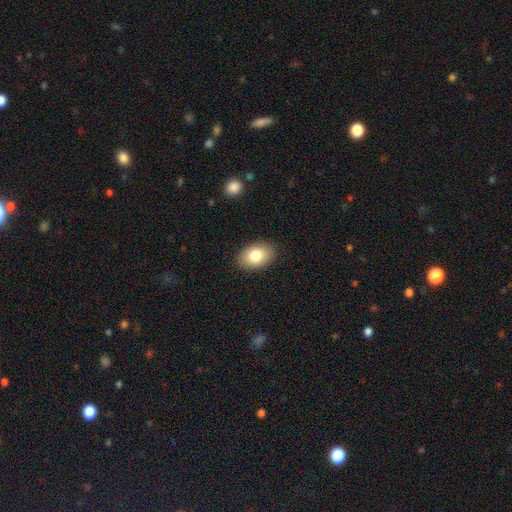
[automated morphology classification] Smooth or featured: smooth — 81% (featured or disk — 11%)
How rounded: in between — 86% (round — 13%)
Merging: none — 88% (minor disturbance — 9%)